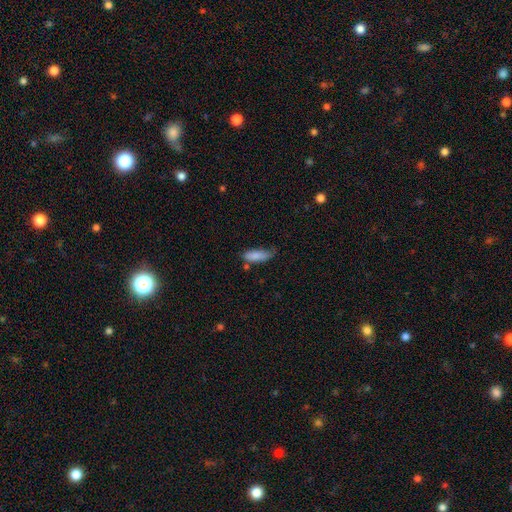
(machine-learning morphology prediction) Overall: smooth (84%). How rounded: in between (62%; cigar-shaped 36%). Merging: none (46%; minor disturbance 37%).